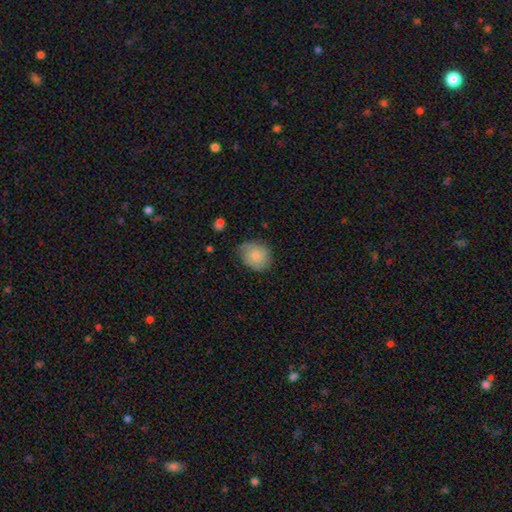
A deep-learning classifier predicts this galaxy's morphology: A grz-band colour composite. It shows a smooth galaxy with no disk features (77%) that is round (60%). Merging: none (61%).